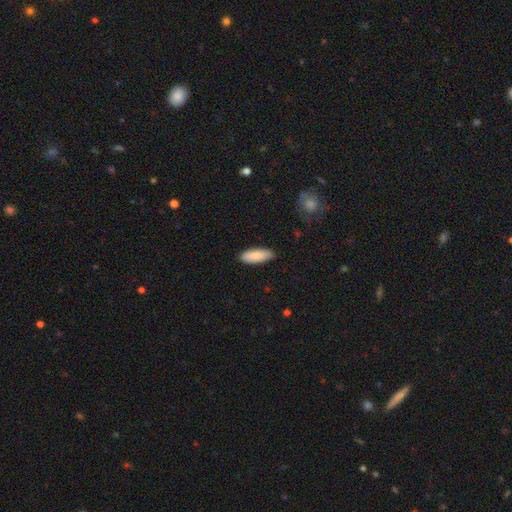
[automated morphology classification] Smooth or featured?
  - smooth: 83% *
  - featured or disk: 11%
  - star or artifact: 6%
How rounded?
  - in between: 72% *
  - cigar-shaped: 27%
  - round: 2%
Merging?
  - none: 85% *
  - minor disturbance: 12%
  - major disturbance: 2%
  - merger: 1%